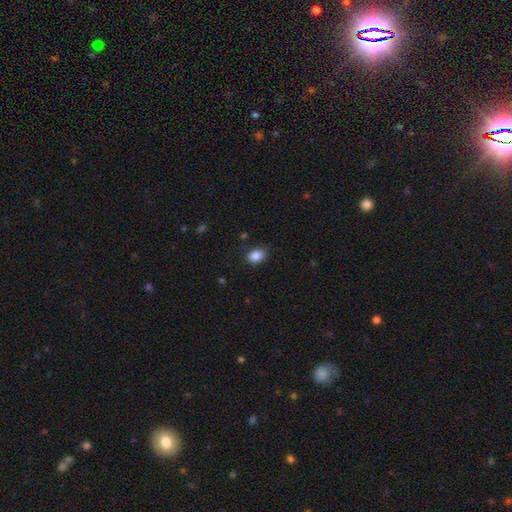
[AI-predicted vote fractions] This appears to be a smooth galaxy with no disk features (88%) that is in between round and cigar-shaped (67%). Merging: none (83%).